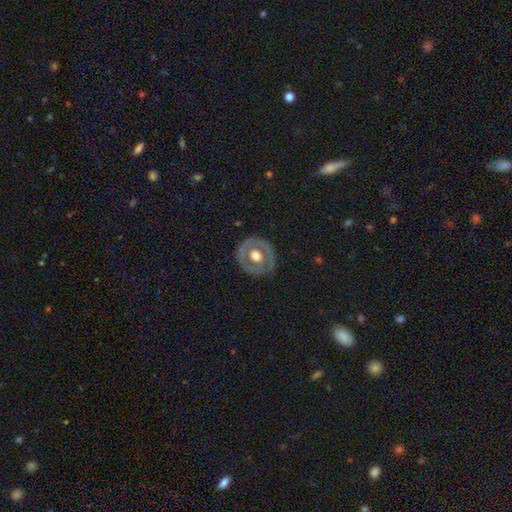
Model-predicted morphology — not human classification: smooth_or_featured: featured or disk (p=0.57) [alt: smooth p=0.38]
disk_edge_on: no (p=0.94) [alt: yes p=0.06]
bar: no (p=0.85) [alt: weak p=0.12]
has_spiral_arms: no (p=0.88) [alt: yes p=0.12]
bulge_size: moderate (p=0.50) [alt: large p=0.43]
merging: none (p=0.82) [alt: minor disturbance p=0.13]